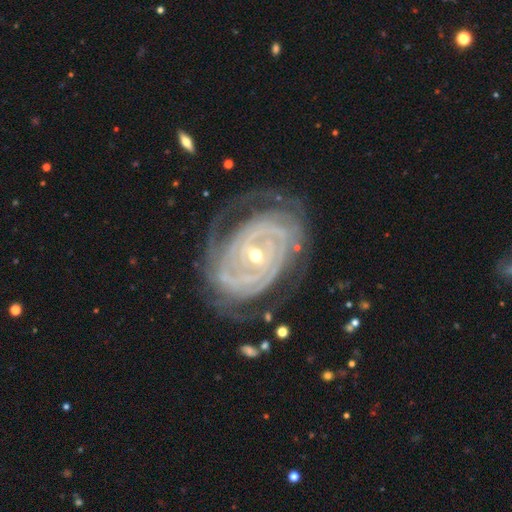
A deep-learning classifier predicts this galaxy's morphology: A featured or disk galaxy (92%) with no bar (55%), tight (83%) spiral arms (97%) and a moderate central bulge (50%).

Vote fractions:
- Smooth or featured? featured or disk: 92% / star or artifact: 4% / smooth: 4%
- Edge-on disk? no: 96% / yes: 4%
- Bar? no: 55% / weak: 29% / strong: 17%
- Spiral arms? yes: 97% / no: 3%
- Spiral winding? tight: 83% / medium: 14% / loose: 3%
- Spiral arm count? can't tell: 25% / 2: 24% / 3: 20% / 4: 14% / more than 4: 9% / 1: 7%
- Bulge size? moderate: 50% / small: 47% / large: 2% / none: 1% / dominant: 1%
- Merging? none: 69% / minor disturbance: 19% / major disturbance: 10% / merger: 2%